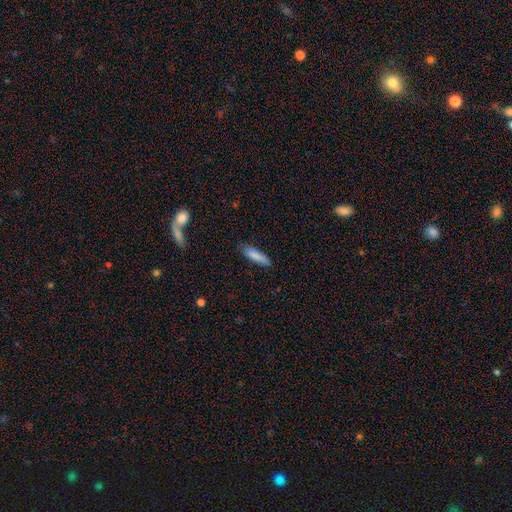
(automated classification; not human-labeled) Q: Smooth or featured?
A: smooth (85%); runner-up: featured or disk (9%)
Q: How rounded?
A: cigar-shaped (66%); runner-up: in between (33%)
Q: Merging?
A: none (81%); runner-up: minor disturbance (14%)